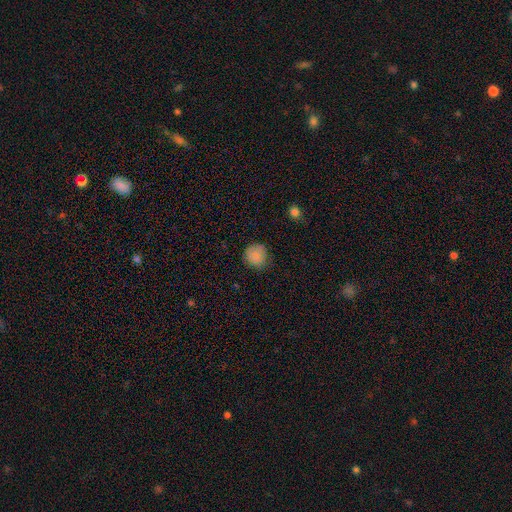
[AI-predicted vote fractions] Smooth or featured?
  - smooth: 85% *
  - star or artifact: 10%
  - featured or disk: 6%
How rounded?
  - round: 89% *
  - in between: 10%
  - cigar-shaped: 1%
Merging?
  - none: 76% *
  - minor disturbance: 19%
  - major disturbance: 4%
  - merger: 1%